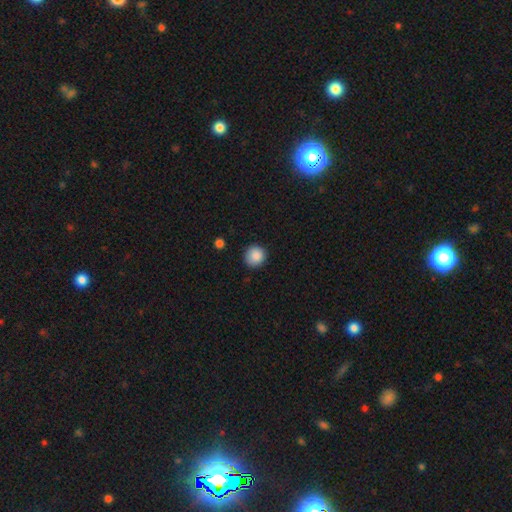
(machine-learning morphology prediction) smooth 88%, star or artifact 9%, featured or disk 4%. Down the decision tree: how rounded — round (92%); merging — none (87%).